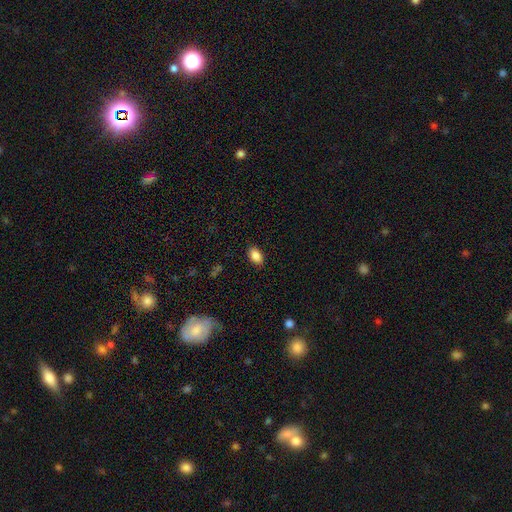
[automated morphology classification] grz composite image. It shows a smooth galaxy with no disk features (87%) that is in between round and cigar-shaped (91%). Merging: none (88%).